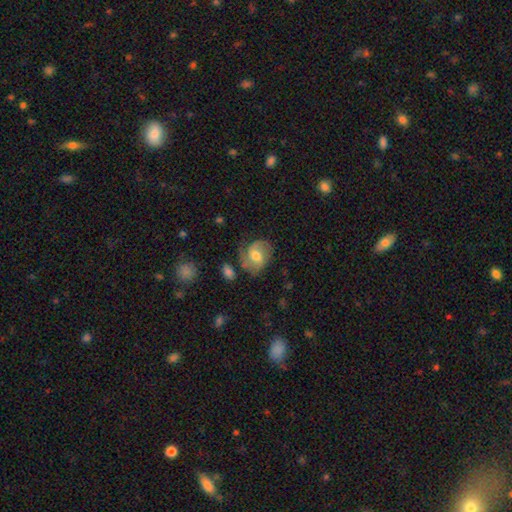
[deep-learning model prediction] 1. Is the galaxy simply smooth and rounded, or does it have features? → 55% featured or disk, 37% smooth, 7% star or artifact.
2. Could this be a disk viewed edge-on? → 97% no, 3% yes.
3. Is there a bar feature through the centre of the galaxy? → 48% no, 41% weak, 10% strong.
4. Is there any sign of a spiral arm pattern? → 84% yes, 16% no.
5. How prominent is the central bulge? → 70% moderate, 19% small, 8% large, 2% none, 1% dominant.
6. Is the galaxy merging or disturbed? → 59% none, 25% minor disturbance, 12% major disturbance, 5% merger.